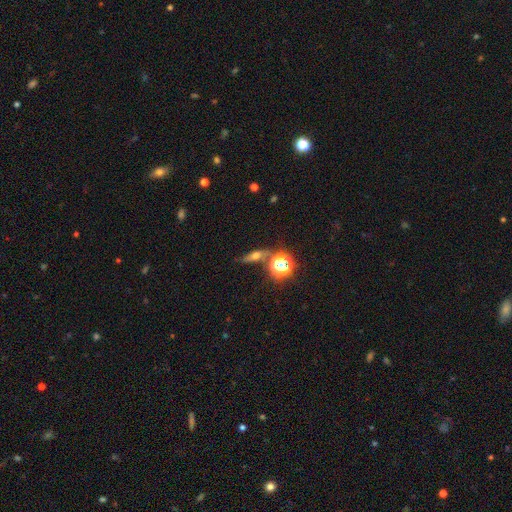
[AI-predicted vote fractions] Smooth or featured: smooth — 39% (featured or disk — 38%)
Merging: none — 68% (minor disturbance — 14%)